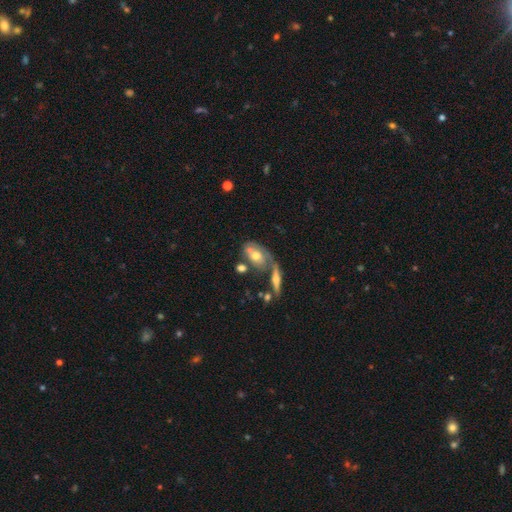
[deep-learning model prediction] Morphology: type=featured or disk (50%); edge-on=no (79%); merging=merger (44%).